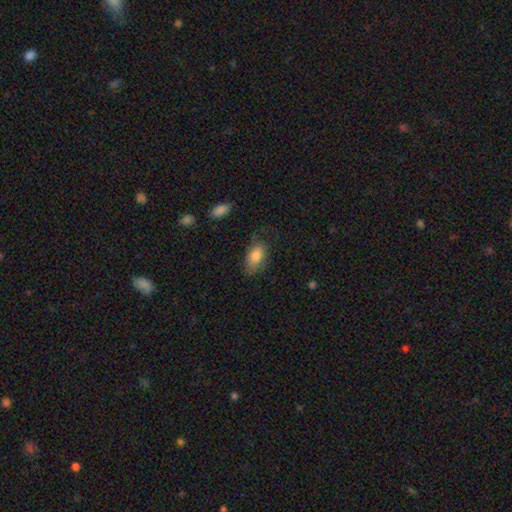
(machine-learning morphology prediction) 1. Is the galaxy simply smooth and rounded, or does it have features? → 82% smooth, 12% featured or disk, 7% star or artifact.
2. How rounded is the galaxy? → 92% in between, 5% round, 3% cigar-shaped.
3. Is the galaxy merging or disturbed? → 67% none, 22% minor disturbance, 9% major disturbance, 2% merger.